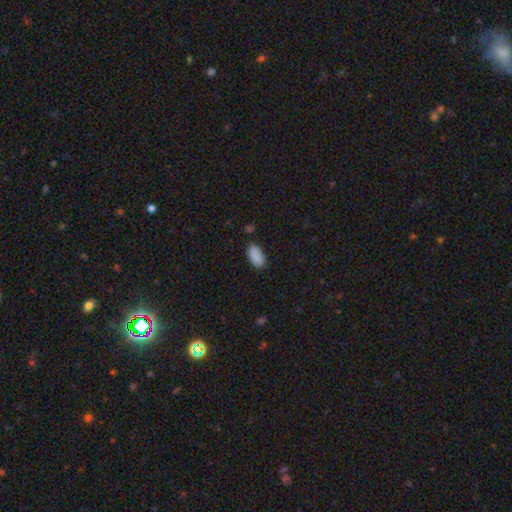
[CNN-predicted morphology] Smooth or featured?
  - smooth: 90% *
  - star or artifact: 7%
  - featured or disk: 3%
How rounded?
  - in between: 93% *
  - cigar-shaped: 4%
  - round: 3%
Merging?
  - none: 83% *
  - minor disturbance: 13%
  - major disturbance: 3%
  - merger: 2%